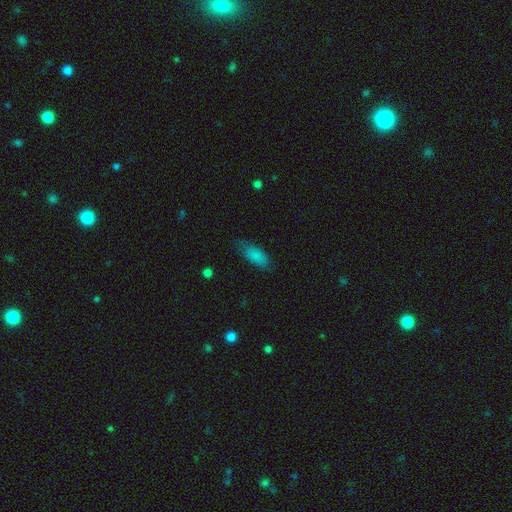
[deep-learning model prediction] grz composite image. It shows a smooth galaxy with no disk features (84%) that is in between round and cigar-shaped (82%). Merging: none (67%).